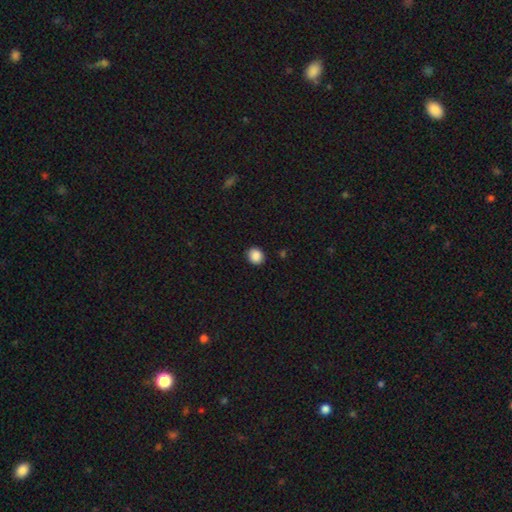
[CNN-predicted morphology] smooth_or_featured: smooth (p=0.88) [alt: star or artifact p=0.09]
how_rounded: round (p=0.79) [alt: in between p=0.20]
merging: none (p=0.90) [alt: minor disturbance p=0.07]